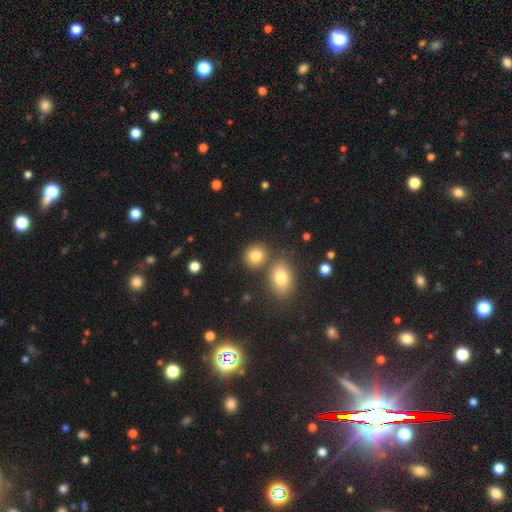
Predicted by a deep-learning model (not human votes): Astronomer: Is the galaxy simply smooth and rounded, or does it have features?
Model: smooth — 81%.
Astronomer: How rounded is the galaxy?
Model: round — 70%.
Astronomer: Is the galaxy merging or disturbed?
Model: none — 71%.